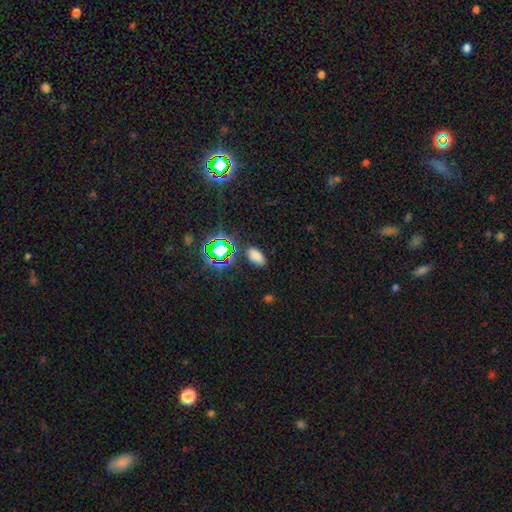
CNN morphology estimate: smooth 73%, star or artifact 22%, featured or disk 5%. Down the decision tree: how rounded — in between (92%); merging — none (84%).